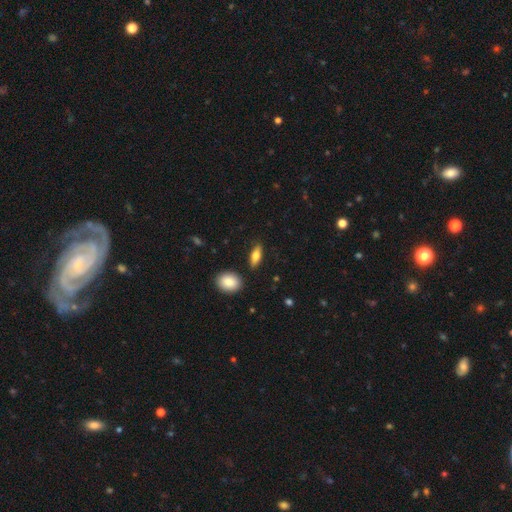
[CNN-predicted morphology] The model was most divided on "how rounded": in between: 69%, cigar-shaped: 26%, round: 5%. More confident: merging — none (85%); smooth or featured — smooth (72%).